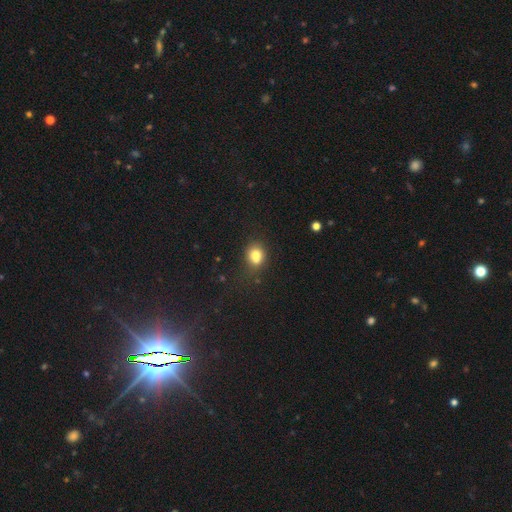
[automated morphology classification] Smooth or featured? Predicted: smooth (p=0.77). How rounded? Predicted: round (p=0.63). Merging? Predicted: none (p=0.50).